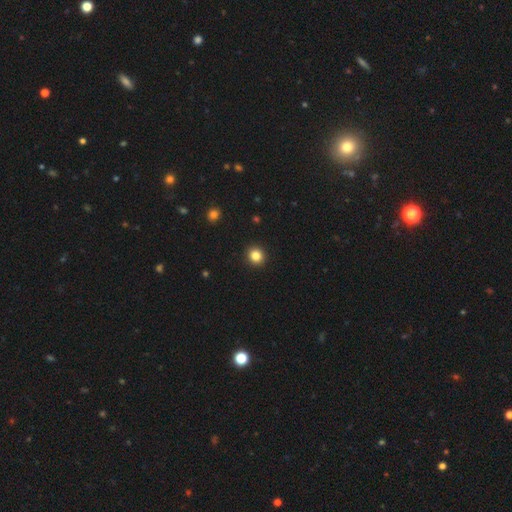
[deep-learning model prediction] This appears to be a smooth galaxy with no disk features (84%) that is round (89%). Merging: none (93%).